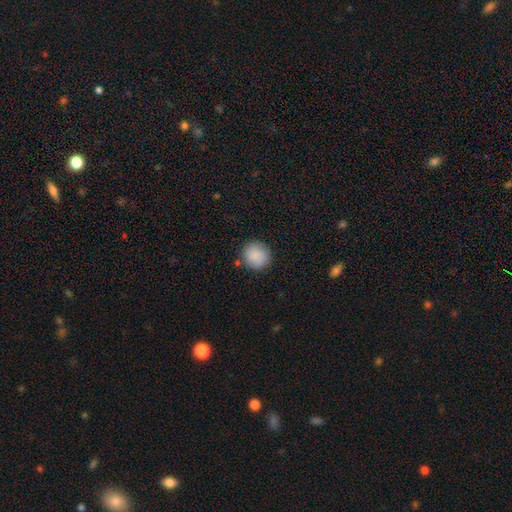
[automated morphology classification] This is clearly a smooth galaxy (89%). How rounded: clearly round (91%). Merging: clearly none (85%).